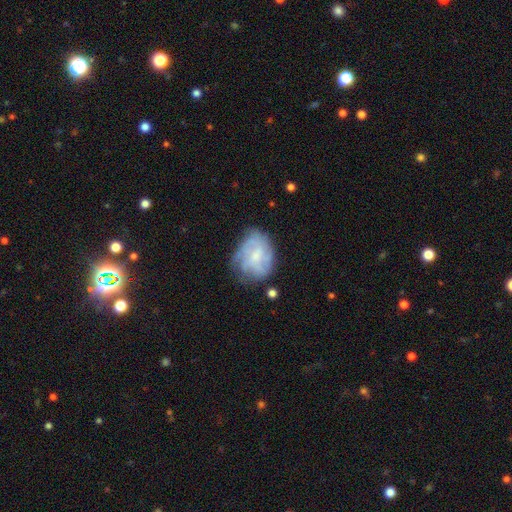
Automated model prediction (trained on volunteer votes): smooth_or_featured: featured or disk (p=0.60) [alt: smooth p=0.32]
disk_edge_on: no (p=0.97) [alt: yes p=0.03]
bar: no (p=0.62) [alt: weak p=0.34]
has_spiral_arms: yes (p=0.75) [alt: no p=0.25]
bulge_size: small (p=0.45) [alt: moderate p=0.30]
merging: none (p=0.59) [alt: minor disturbance p=0.26]